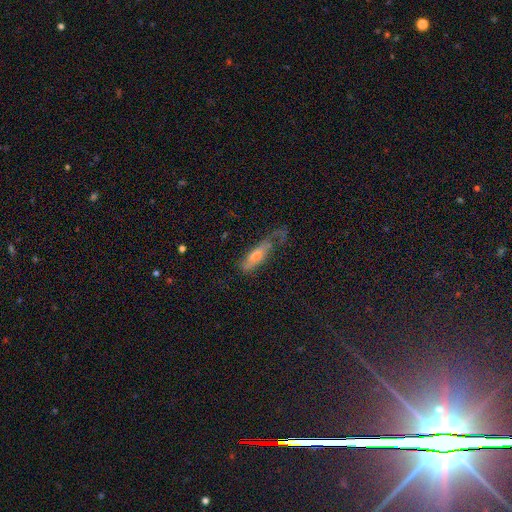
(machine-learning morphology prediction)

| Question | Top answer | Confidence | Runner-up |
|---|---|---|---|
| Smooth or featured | featured or disk | 46% | smooth (43%) |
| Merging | none | 36% | major disturbance (33%) |